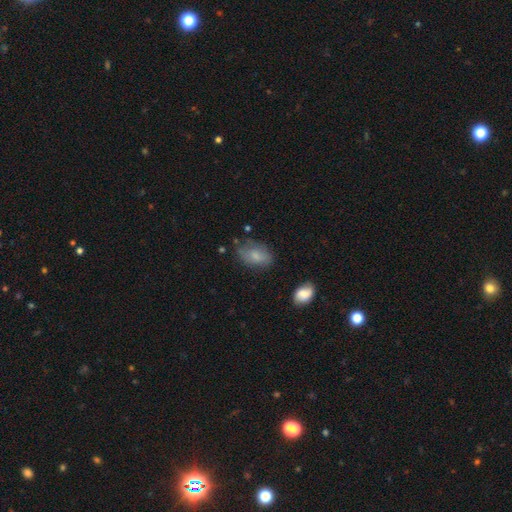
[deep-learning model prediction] Smooth or featured? Predicted: smooth (p=0.76). How rounded? Predicted: in between (p=0.90). Merging? Predicted: none (p=0.62).